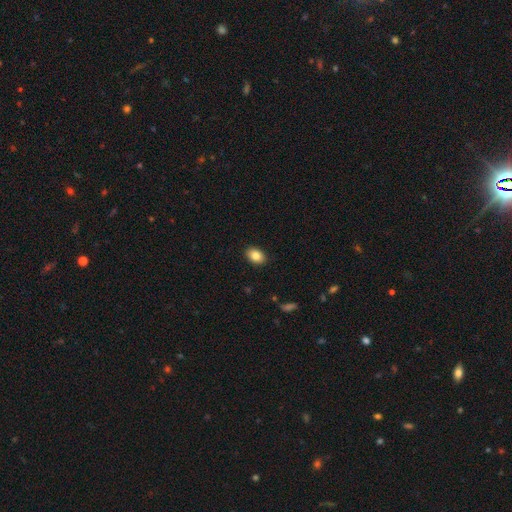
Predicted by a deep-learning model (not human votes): Morphology: type=smooth (86%); roundness=in between (81%); merging=none (89%).